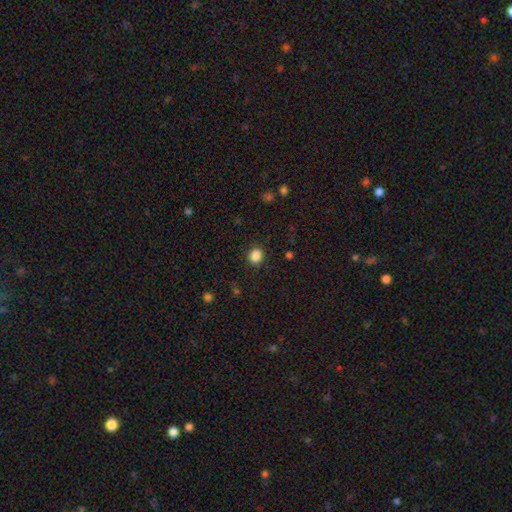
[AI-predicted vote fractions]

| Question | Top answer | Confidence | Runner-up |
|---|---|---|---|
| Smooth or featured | smooth | 86% | star or artifact (11%) |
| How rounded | round | 71% | in between (28%) |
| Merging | none | 87% | minor disturbance (9%) |